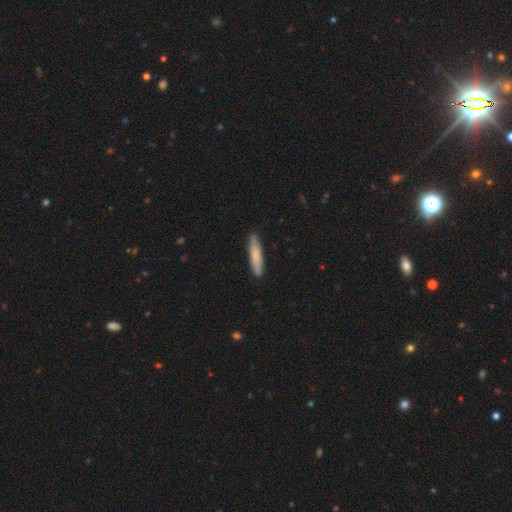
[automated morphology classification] Overall: smooth (77%). How rounded: cigar-shaped (87%). Merging: none (85%).